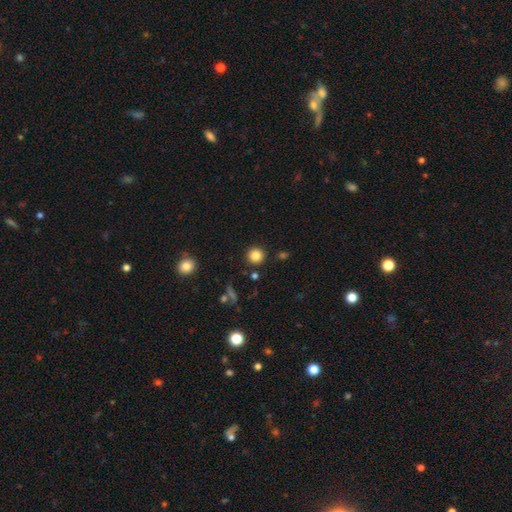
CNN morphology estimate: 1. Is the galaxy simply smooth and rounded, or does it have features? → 85% smooth, 11% star or artifact, 4% featured or disk.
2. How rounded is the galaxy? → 94% round, 5% in between, 1% cigar-shaped.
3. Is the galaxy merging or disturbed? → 89% none, 6% minor disturbance, 3% merger, 2% major disturbance.